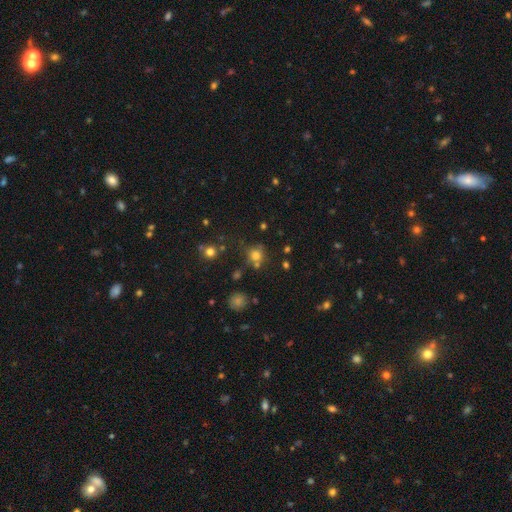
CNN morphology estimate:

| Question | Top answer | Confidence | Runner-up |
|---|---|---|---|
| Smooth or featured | smooth | 73% | star or artifact (19%) |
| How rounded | round | 87% | in between (12%) |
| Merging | none | 65% | merger (17%) |